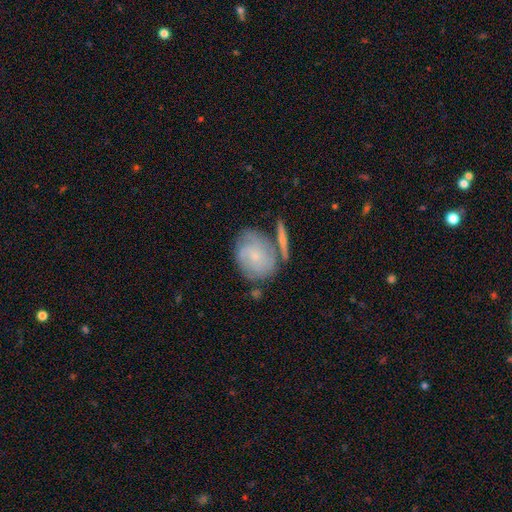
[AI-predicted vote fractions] Q: Smooth or featured?
A: featured or disk (55%); runner-up: smooth (37%)
Q: Edge-on disk?
A: no (94%); runner-up: yes (6%)
Q: Bar?
A: no (78%); runner-up: weak (18%)
Q: Spiral arms?
A: yes (76%); runner-up: no (24%)
Q: Bulge size?
A: small (78%); runner-up: moderate (15%)
Q: Merging?
A: none (57%); runner-up: minor disturbance (19%)